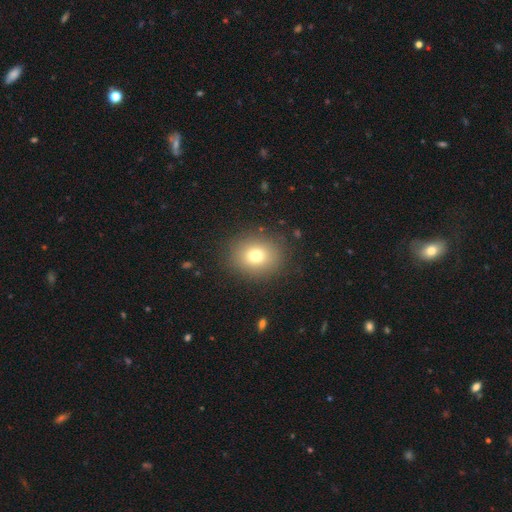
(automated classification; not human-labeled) smooth 75%, star or artifact 13%, featured or disk 11%. Down the decision tree: how rounded — round (73%); merging — none (87%).